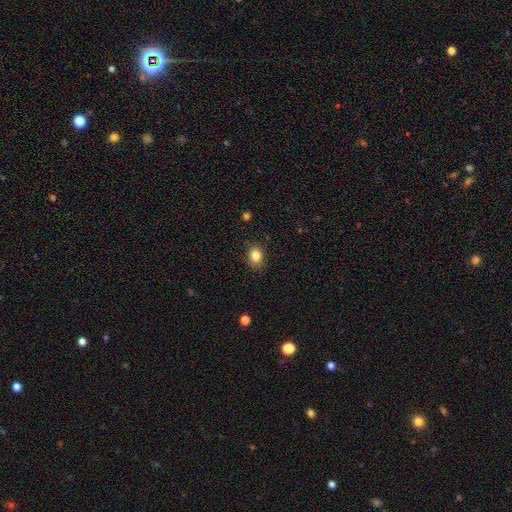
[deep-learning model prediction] This appears to be a smooth galaxy with no disk features (85%) that is in between round and cigar-shaped (58%). Merging: none (85%).